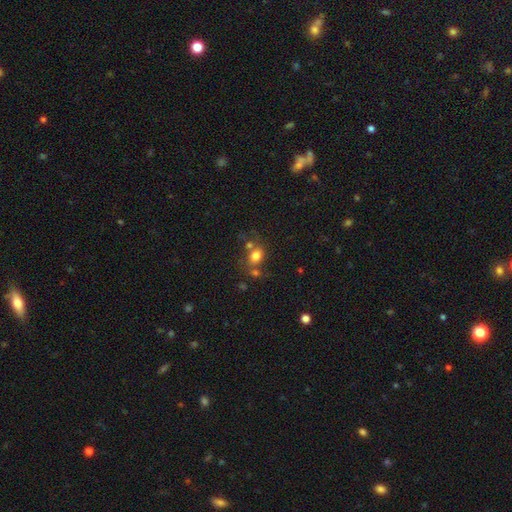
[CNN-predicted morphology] smooth 76%, star or artifact 13%, featured or disk 11%. Down the decision tree: how rounded — in between (51%); merging — none (50%).